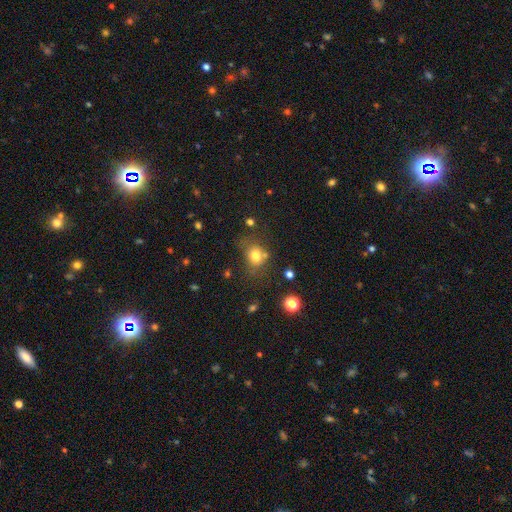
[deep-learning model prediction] The model was most divided on "how rounded": round: 64%, in between: 35%, cigar-shaped: 1%. More confident: smooth or featured — smooth (76%); merging — none (59%).